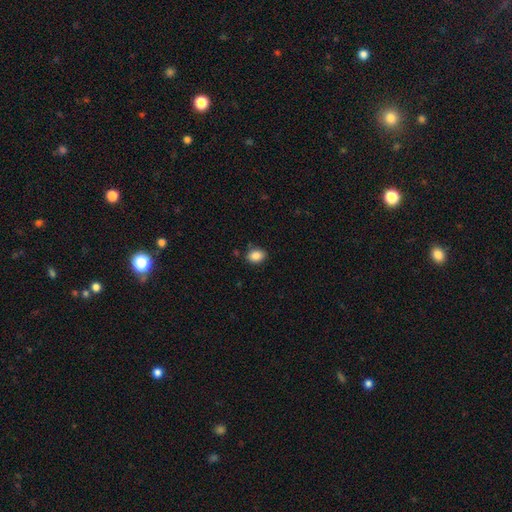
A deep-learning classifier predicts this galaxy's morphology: A smooth galaxy with no disk features (86%) that is in between round and cigar-shaped (68%). Merging: none (85%).